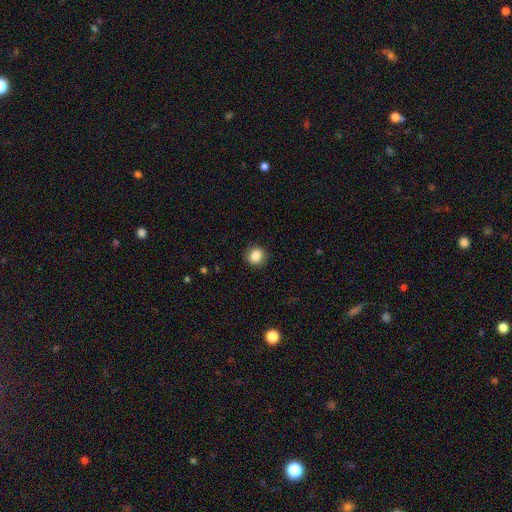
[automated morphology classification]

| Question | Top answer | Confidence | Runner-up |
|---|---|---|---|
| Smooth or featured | smooth | 85% | star or artifact (9%) |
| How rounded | round | 86% | in between (13%) |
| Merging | none | 88% | minor disturbance (9%) |